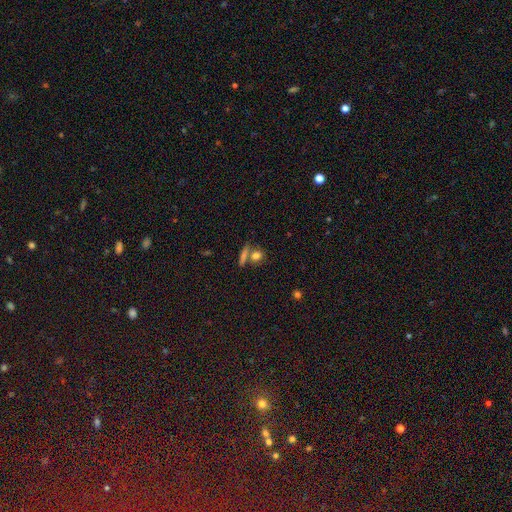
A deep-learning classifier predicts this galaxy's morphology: A smooth galaxy with no disk features (76%) that is round (62%). Merging: none (61%).